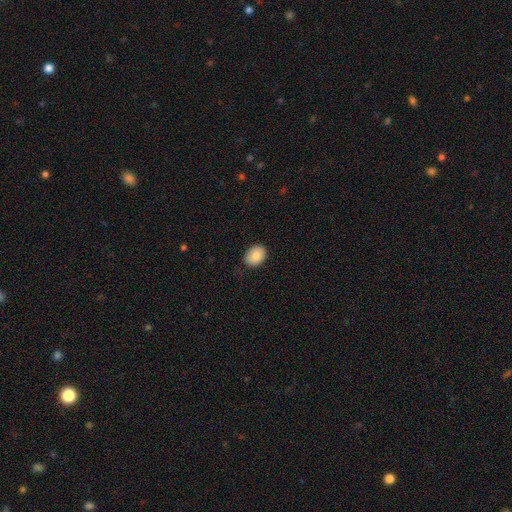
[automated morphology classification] This appears to be a smooth galaxy with no disk features (87%) that is in between round and cigar-shaped (71%). Merging: none (82%).